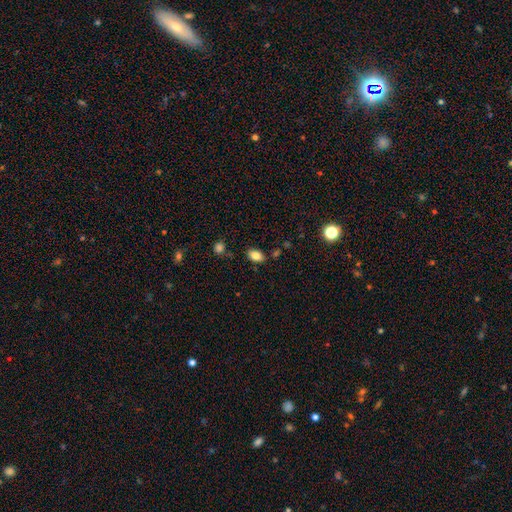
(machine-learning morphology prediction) Smooth or featured? smooth (84%)
How rounded? in between (87%)
Merging? none (81%)